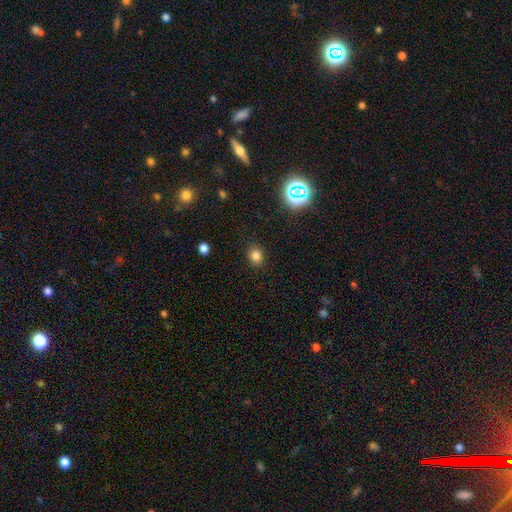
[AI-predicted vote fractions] Overall: smooth (80%). How rounded: round (64%; in between 35%). Merging: none (87%).